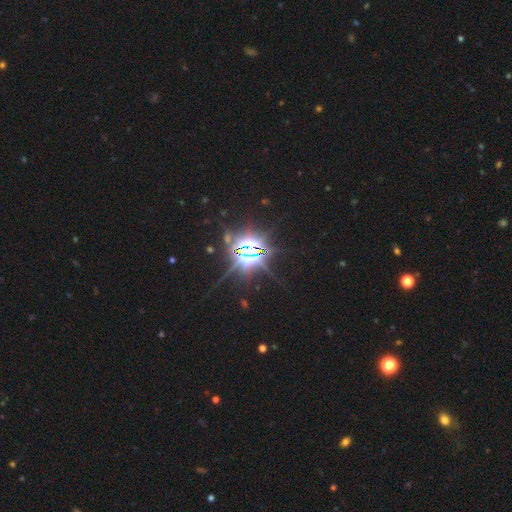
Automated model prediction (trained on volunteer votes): Morphology: type=star or artifact (82%).